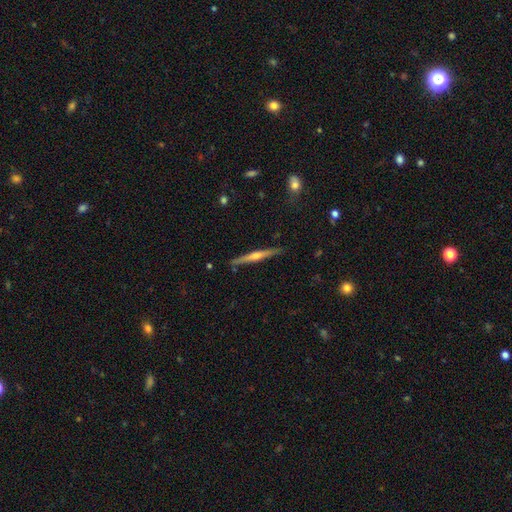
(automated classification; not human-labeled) Smooth or featured? featured or disk (74%)
Edge-on disk? yes (98%)
Edge-on bulge? rounded (83%)
Merging? none (89%)